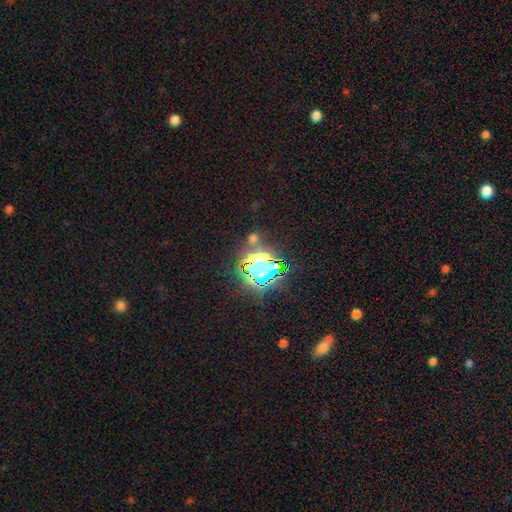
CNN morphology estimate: A star or artifact, not a galaxy (84%).

Vote fractions:
- Smooth or featured? star or artifact: 84% / smooth: 9% / featured or disk: 6%